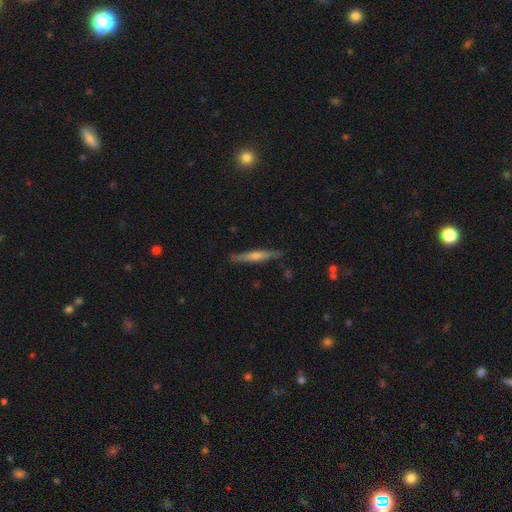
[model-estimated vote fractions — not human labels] This appears to be a featured or disk galaxy (67%) viewed edge-on (96%) with a rounded central bulge (76%). Merging: none (88%).